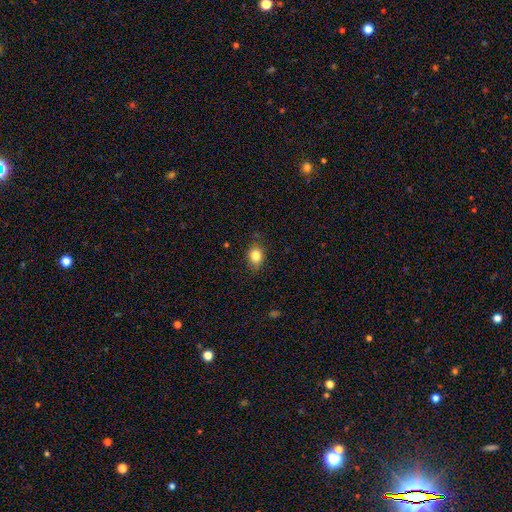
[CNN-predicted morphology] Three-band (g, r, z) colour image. It shows a smooth galaxy with no disk features (83%) that is in between round and cigar-shaped (58%). Merging: none (82%).